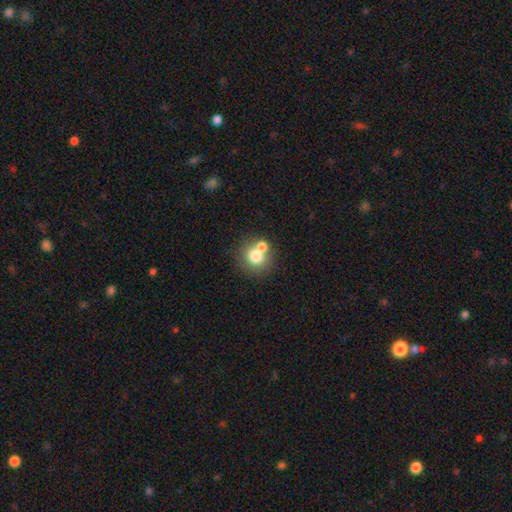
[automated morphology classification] This appears to be a smooth galaxy with no disk features (73%) that is round (85%). Merging: none (52%).